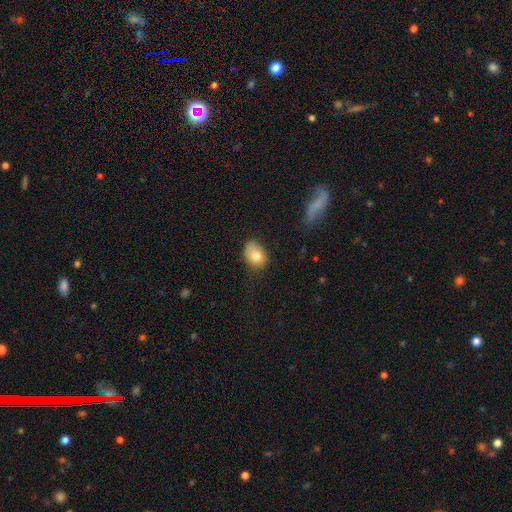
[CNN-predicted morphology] This is likely a smooth galaxy (79%). How rounded: likely in between (69%). Merging: possibly none (55%).